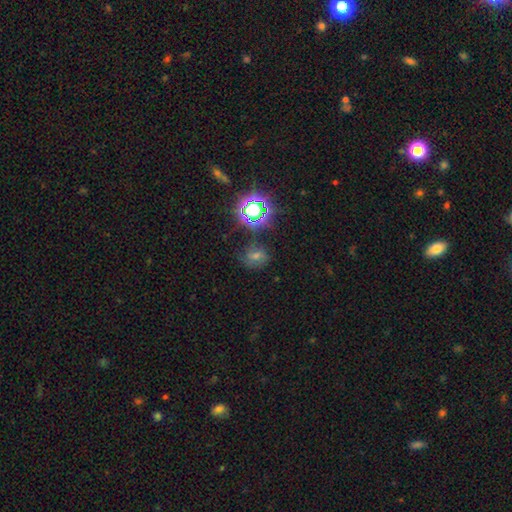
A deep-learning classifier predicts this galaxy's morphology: Overall: star or artifact (42%; smooth 37%).